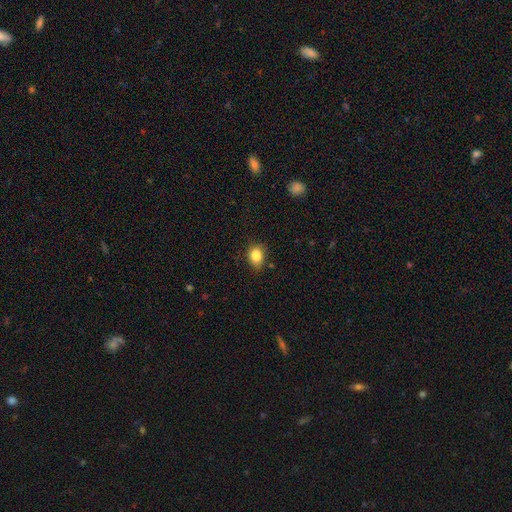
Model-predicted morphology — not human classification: type=smooth (83%); roundness=in between (56%); merging=none (75%).